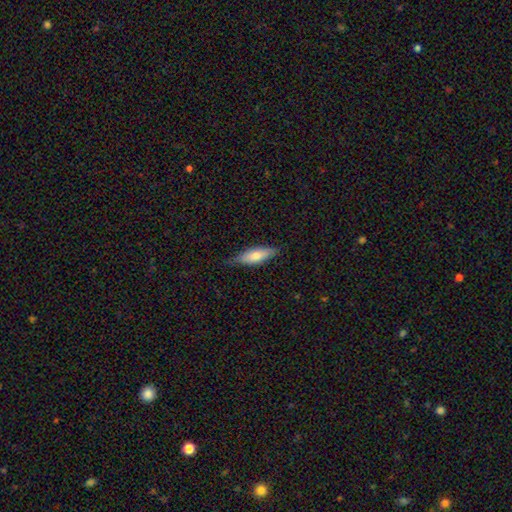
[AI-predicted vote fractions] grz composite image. It shows a smooth galaxy with no disk features (71%) that is in between round and cigar-shaped (57%). Merging: none (73%).